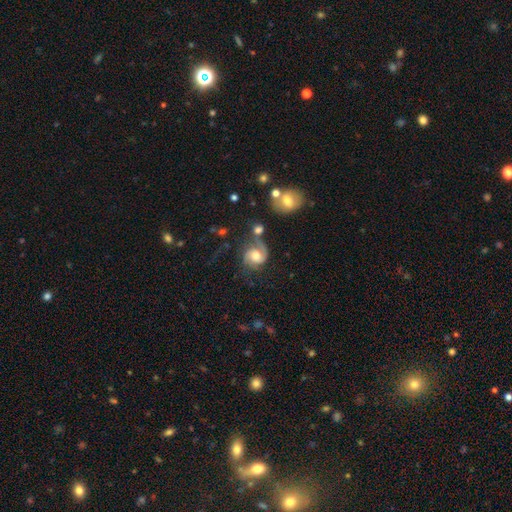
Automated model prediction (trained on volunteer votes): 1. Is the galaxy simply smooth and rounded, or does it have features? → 68% featured or disk, 24% smooth, 8% star or artifact.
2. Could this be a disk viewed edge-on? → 98% no, 2% yes.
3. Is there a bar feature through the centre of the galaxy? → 62% no, 32% weak, 6% strong.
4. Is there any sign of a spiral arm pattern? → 93% yes, 7% no.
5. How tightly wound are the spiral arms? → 47% medium, 27% tight, 26% loose.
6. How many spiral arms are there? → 70% 2, 21% 1, 5% can't tell, 1% 3, 1% 4, 1% more than 4.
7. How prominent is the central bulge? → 52% moderate, 28% large, 12% small, 4% none, 3% dominant.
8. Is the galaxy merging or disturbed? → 48% none, 22% minor disturbance, 18% major disturbance, 12% merger.